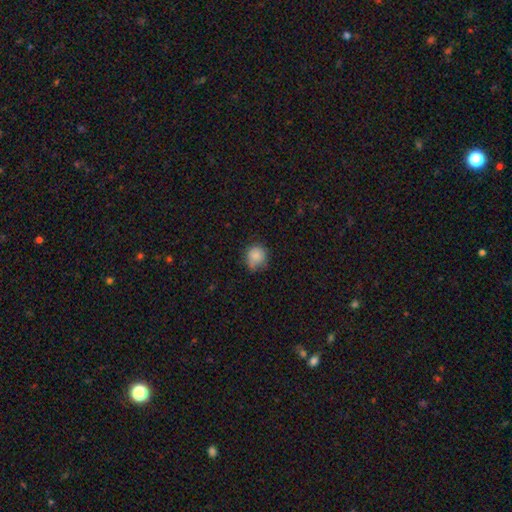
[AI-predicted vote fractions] Q: Smooth or featured?
A: smooth (84%); runner-up: star or artifact (9%)
Q: How rounded?
A: round (79%); runner-up: in between (20%)
Q: Merging?
A: none (63%); runner-up: minor disturbance (29%)